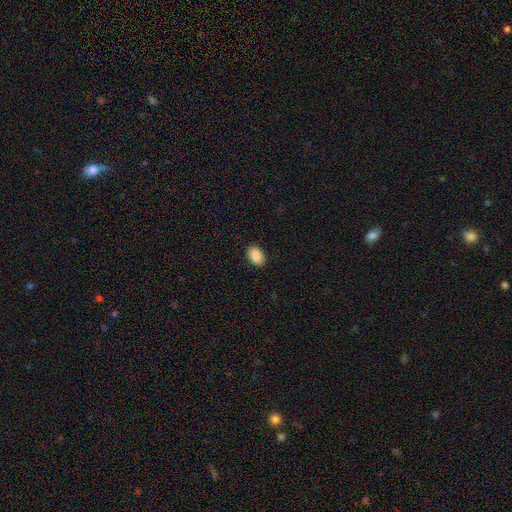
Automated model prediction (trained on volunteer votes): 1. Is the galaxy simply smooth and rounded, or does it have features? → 89% smooth, 7% star or artifact, 4% featured or disk.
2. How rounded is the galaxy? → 88% in between, 11% round, 1% cigar-shaped.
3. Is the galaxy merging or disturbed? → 89% none, 8% minor disturbance, 2% major disturbance, 1% merger.